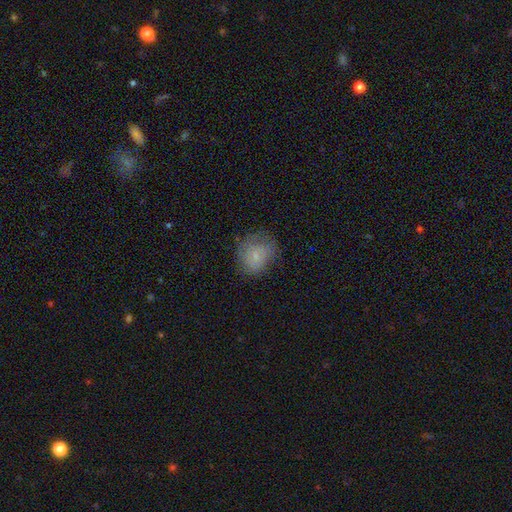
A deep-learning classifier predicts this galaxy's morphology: Q: Smooth or featured?
A: smooth (70%); runner-up: featured or disk (20%)
Q: How rounded?
A: round (67%); runner-up: in between (32%)
Q: Merging?
A: none (59%); runner-up: minor disturbance (26%)